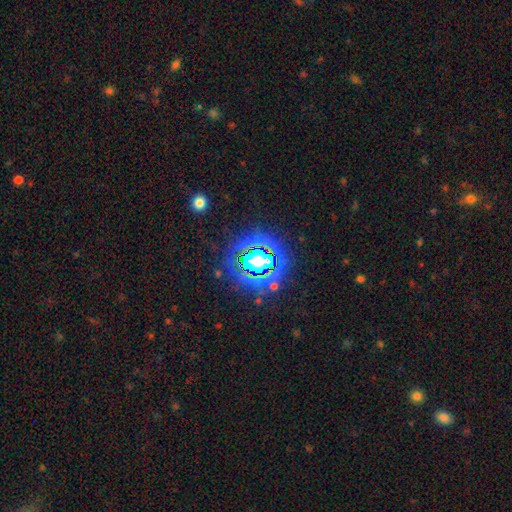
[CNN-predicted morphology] Smooth or featured? Predicted: star or artifact (p=0.80).